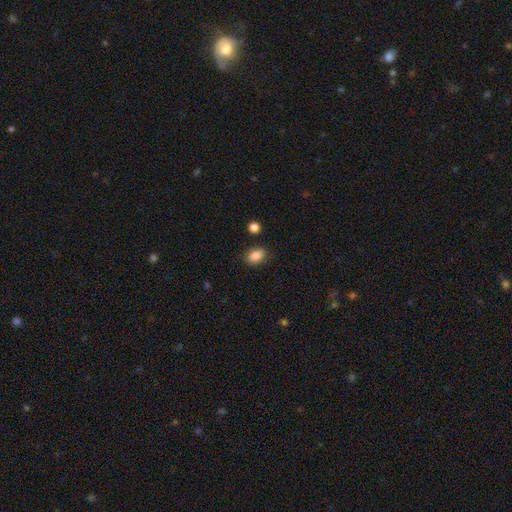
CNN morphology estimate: Smooth or featured?
  - smooth: 87% *
  - star or artifact: 9%
  - featured or disk: 4%
How rounded?
  - in between: 78% *
  - round: 20%
  - cigar-shaped: 1%
Merging?
  - none: 82% *
  - minor disturbance: 13%
  - major disturbance: 3%
  - merger: 3%